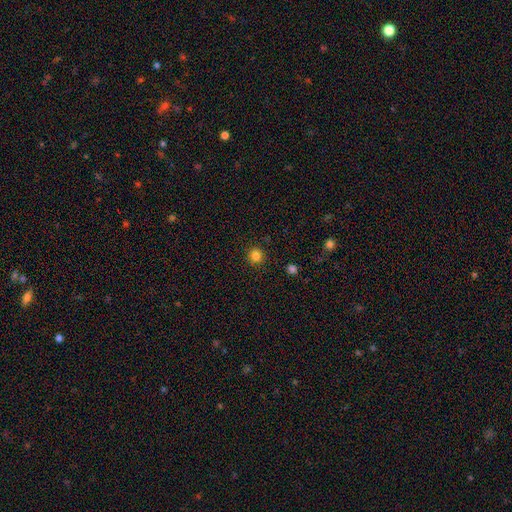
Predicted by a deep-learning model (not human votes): smooth_or_featured: smooth (p=0.83) [alt: star or artifact p=0.13]
how_rounded: round (p=0.94) [alt: in between p=0.05]
merging: none (p=0.91) [alt: minor disturbance p=0.06]